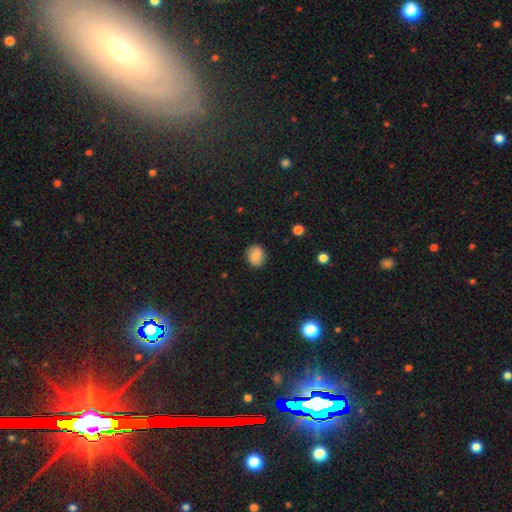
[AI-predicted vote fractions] Smooth or featured? Predicted: smooth (p=0.77). How rounded? Predicted: round (p=0.70). Merging? Predicted: none (p=0.84).